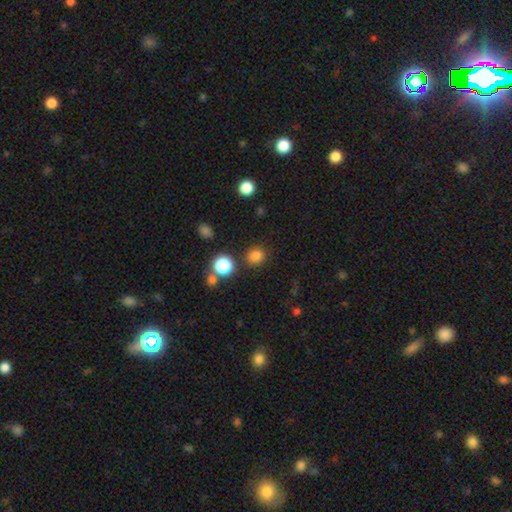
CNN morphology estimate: A smooth galaxy with no disk features (80%) that is round (84%).

Vote fractions:
- Smooth or featured? smooth: 80% / star or artifact: 15% / featured or disk: 5%
- How rounded? round: 84% / in between: 15% / cigar-shaped: 1%
- Merging? none: 85% / minor disturbance: 8% / merger: 4% / major disturbance: 3%